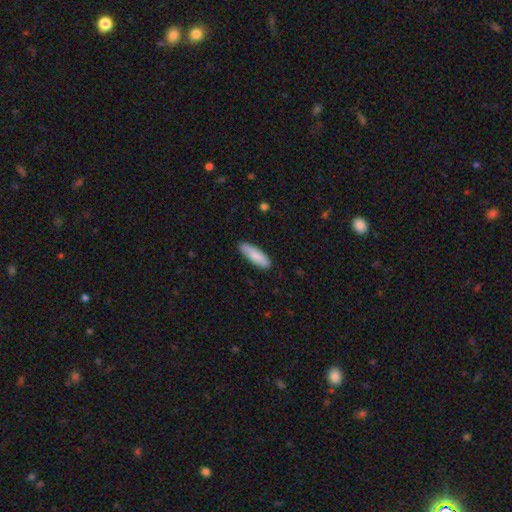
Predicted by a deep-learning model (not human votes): Morphology: type=smooth (86%); roundness=cigar-shaped (50%); merging=none (87%).